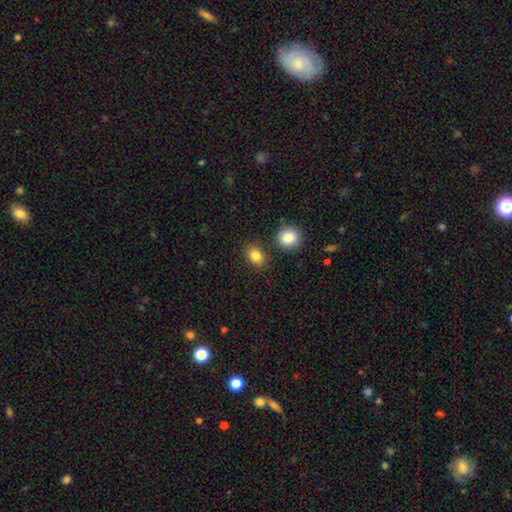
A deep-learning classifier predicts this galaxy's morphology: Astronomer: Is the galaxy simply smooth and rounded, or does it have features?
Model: smooth — 84%.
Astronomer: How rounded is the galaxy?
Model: in between — 53% (runner-up: round, 45%).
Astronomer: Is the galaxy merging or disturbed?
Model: none — 79%.